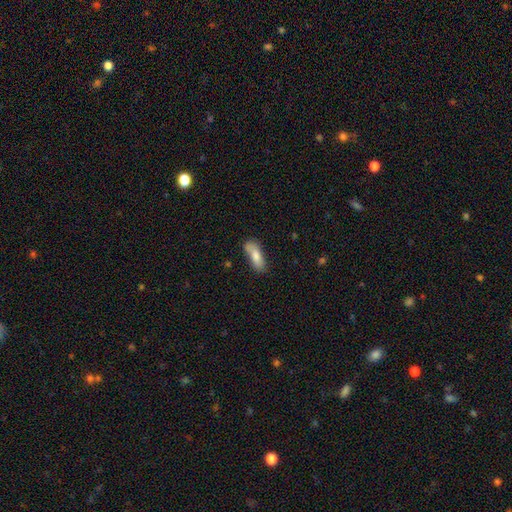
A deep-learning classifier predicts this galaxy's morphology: This appears to be a smooth galaxy with no disk features (80%) that is in between round and cigar-shaped (65%). Merging: none (62%).